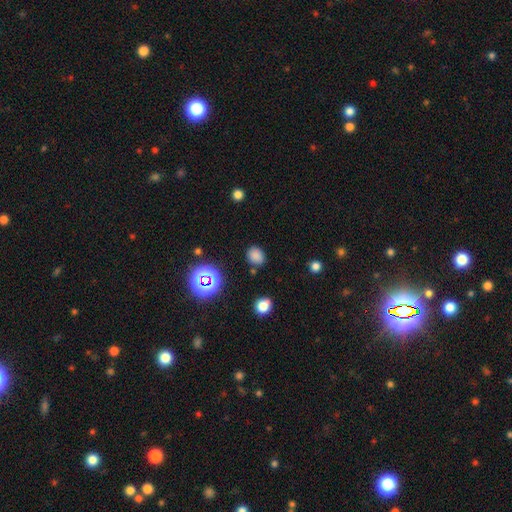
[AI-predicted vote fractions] Smooth or featured?
  - smooth: 76% *
  - star or artifact: 19%
  - featured or disk: 5%
How rounded?
  - round: 58% *
  - in between: 41%
  - cigar-shaped: 1%
Merging?
  - none: 80% *
  - minor disturbance: 12%
  - merger: 4%
  - major disturbance: 4%